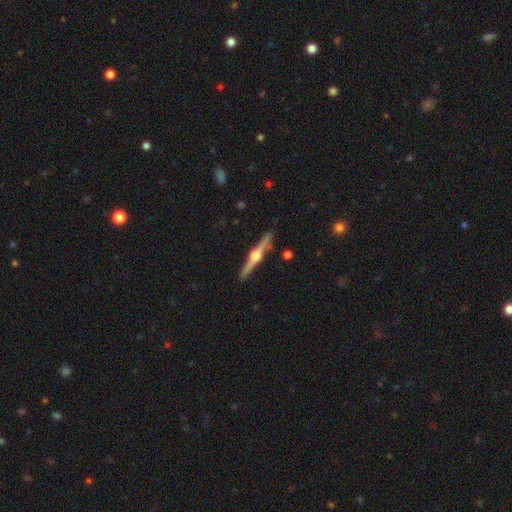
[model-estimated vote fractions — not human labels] smooth_or_featured: featured or disk (p=0.83) [alt: smooth p=0.12]
disk_edge_on: yes (p=0.98) [alt: no p=0.02]
edge_on_bulge: rounded (p=0.96) [alt: boxy p=0.03]
merging: none (p=0.90) [alt: minor disturbance p=0.07]